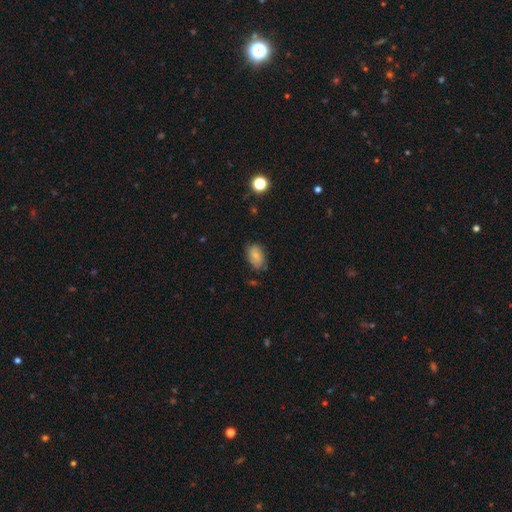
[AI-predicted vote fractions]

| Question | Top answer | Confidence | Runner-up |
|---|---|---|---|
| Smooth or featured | smooth | 71% | featured or disk (20%) |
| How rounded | in between | 88% | round (10%) |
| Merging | none | 69% | minor disturbance (24%) |